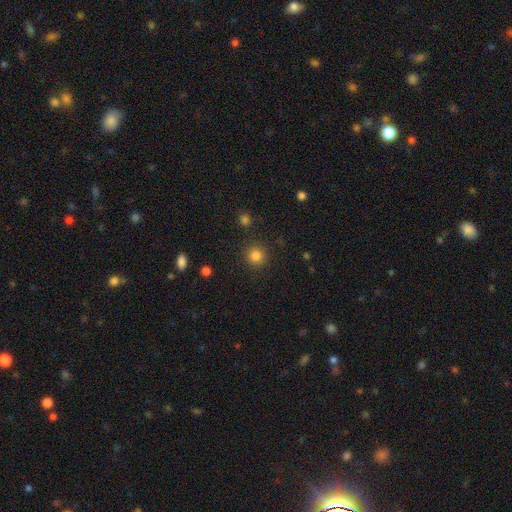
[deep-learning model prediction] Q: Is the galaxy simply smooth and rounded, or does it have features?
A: smooth — 82%.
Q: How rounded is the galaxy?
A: round — 94%.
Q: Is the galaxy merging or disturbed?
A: none — 90%.